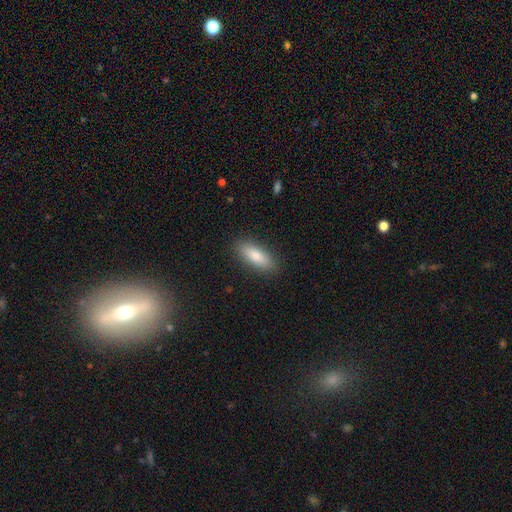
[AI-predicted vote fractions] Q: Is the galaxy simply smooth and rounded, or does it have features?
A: smooth — 83%.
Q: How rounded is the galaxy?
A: in between — 65%.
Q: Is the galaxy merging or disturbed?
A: none — 88%.